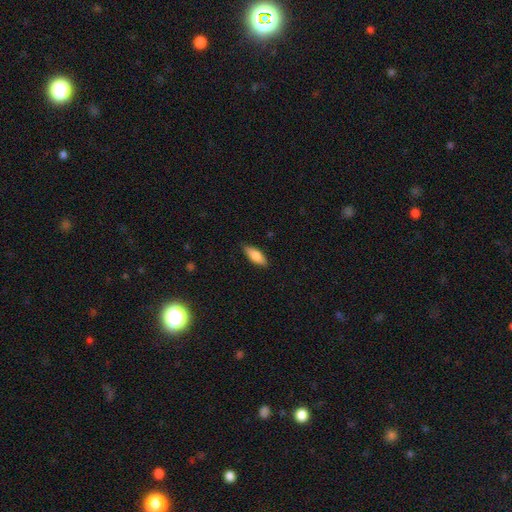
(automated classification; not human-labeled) This appears to be a smooth galaxy with no disk features (79%) that is in between round and cigar-shaped (67%). Merging: none (86%).